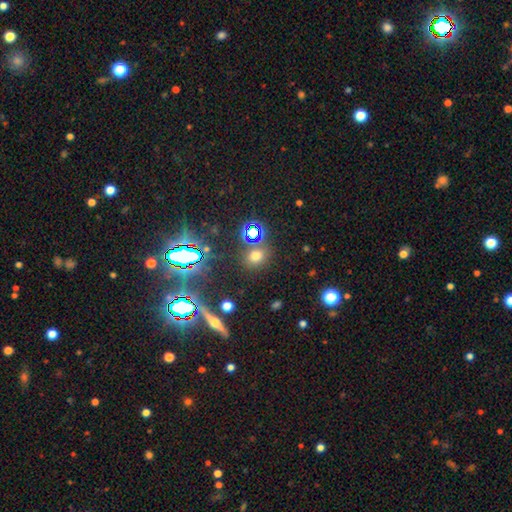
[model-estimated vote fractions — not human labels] Morphology: type=smooth (60%); roundness=round (68%); merging=none (78%).